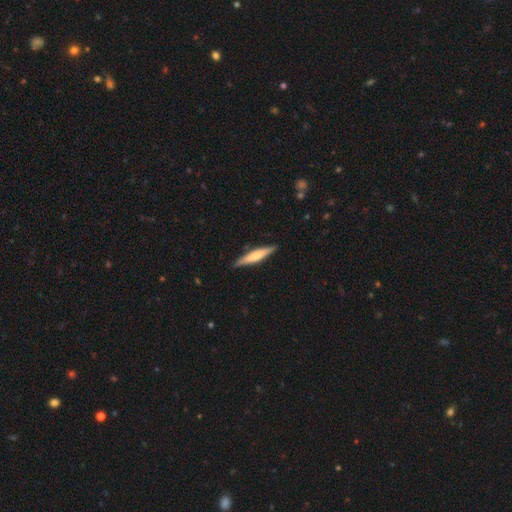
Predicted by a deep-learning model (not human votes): smooth-or-featured: smooth: 52% | featured or disk: 43% | star or artifact: 5%
  how-rounded: cigar-shaped: 90% | in between: 8% | round: 1%
  merging: none: 89% | minor disturbance: 9% | major disturbance: 2% | merger: 1%